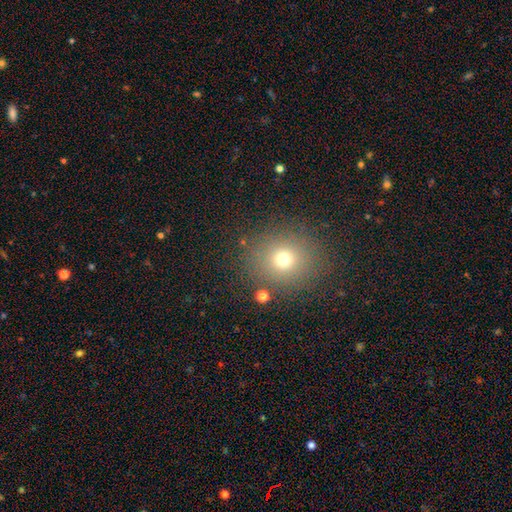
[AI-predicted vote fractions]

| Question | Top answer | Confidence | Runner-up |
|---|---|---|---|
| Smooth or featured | smooth | 65% | star or artifact (27%) |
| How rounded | round | 82% | in between (16%) |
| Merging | none | 88% | minor disturbance (7%) |